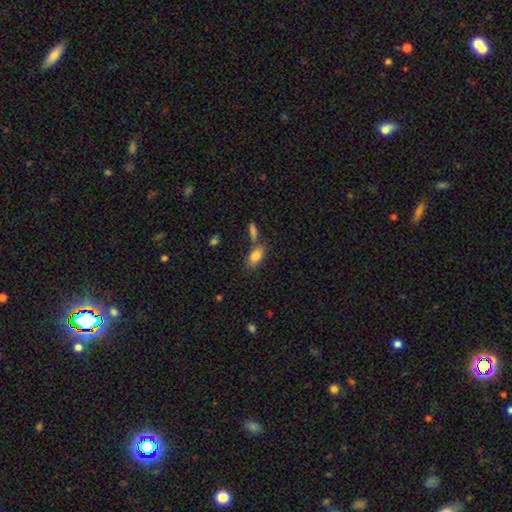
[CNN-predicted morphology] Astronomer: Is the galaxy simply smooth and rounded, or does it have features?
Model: smooth — 83%.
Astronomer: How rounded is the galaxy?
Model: in between — 89%.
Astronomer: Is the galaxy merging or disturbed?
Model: none — 60%.